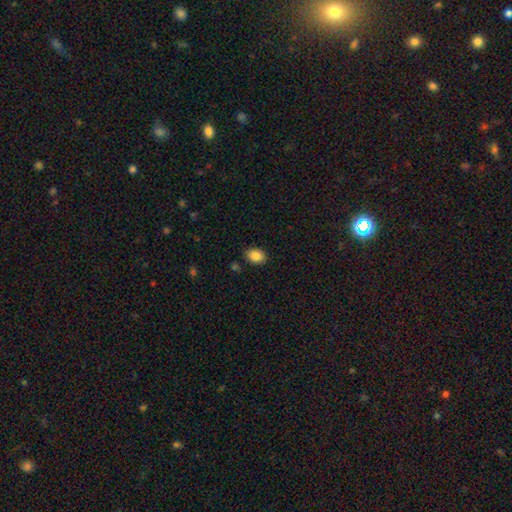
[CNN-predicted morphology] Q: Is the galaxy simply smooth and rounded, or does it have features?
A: smooth — 85%.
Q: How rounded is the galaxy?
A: in between — 75%.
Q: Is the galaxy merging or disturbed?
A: none — 86%.